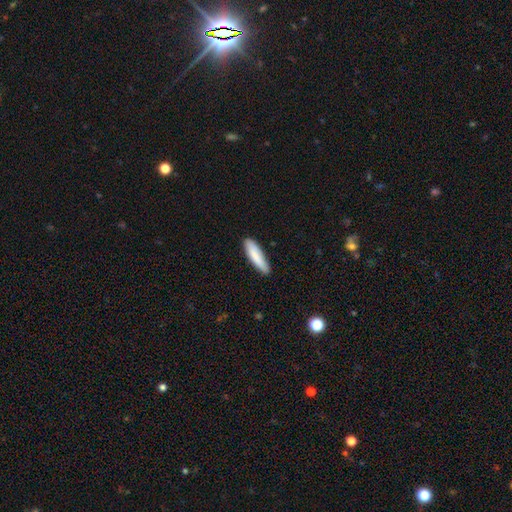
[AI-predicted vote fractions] Smooth or featured: smooth — 85% (featured or disk — 9%)
How rounded: cigar-shaped — 71% (in between — 27%)
Merging: none — 84% (minor disturbance — 13%)